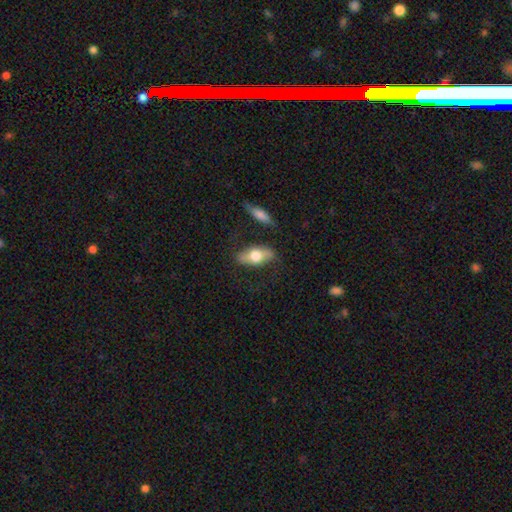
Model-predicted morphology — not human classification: Smooth or featured? smooth (53%)
How rounded? in between (78%)
Merging? none (74%)